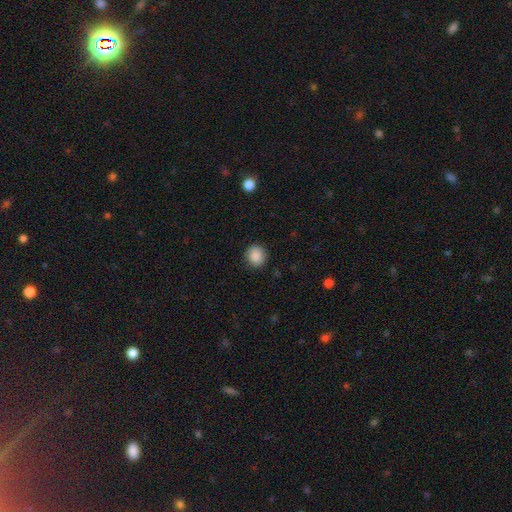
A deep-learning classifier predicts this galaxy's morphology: Smooth or featured? smooth (88%)
How rounded? round (87%)
Merging? none (88%)